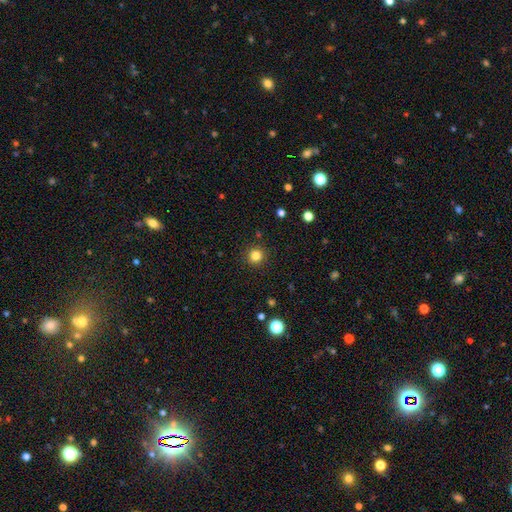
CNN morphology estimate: This is clearly a smooth galaxy (82%). How rounded: clearly round (94%). Merging: clearly none (91%).